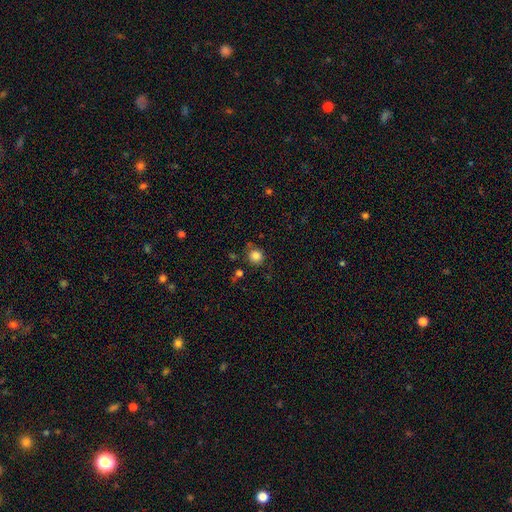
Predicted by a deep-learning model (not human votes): Overall: smooth (84%). How rounded: round (89%). Merging: none (77%).